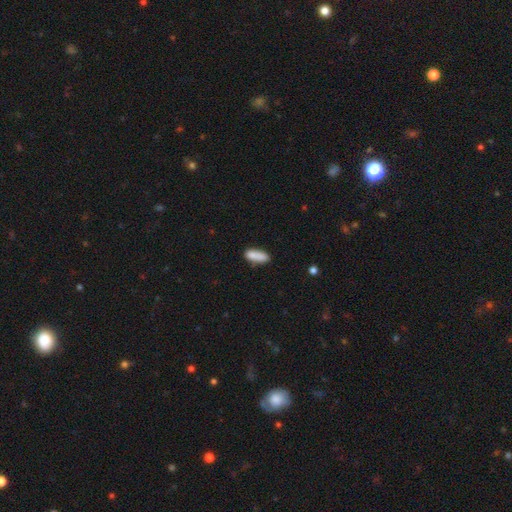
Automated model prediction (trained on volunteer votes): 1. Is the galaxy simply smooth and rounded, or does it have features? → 87% smooth, 7% star or artifact, 6% featured or disk.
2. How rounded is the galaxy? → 65% in between, 33% cigar-shaped, 2% round.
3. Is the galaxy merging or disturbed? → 75% none, 17% minor disturbance, 4% merger, 3% major disturbance.